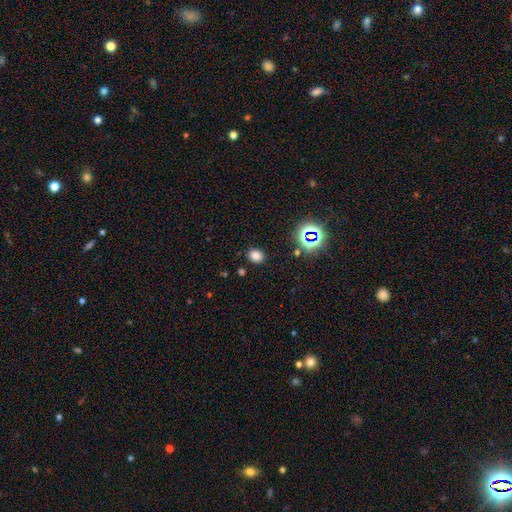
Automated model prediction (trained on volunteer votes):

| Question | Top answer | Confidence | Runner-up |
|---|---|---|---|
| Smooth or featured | smooth | 76% | star or artifact (19%) |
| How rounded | round | 56% | in between (43%) |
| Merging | none | 87% | minor disturbance (8%) |